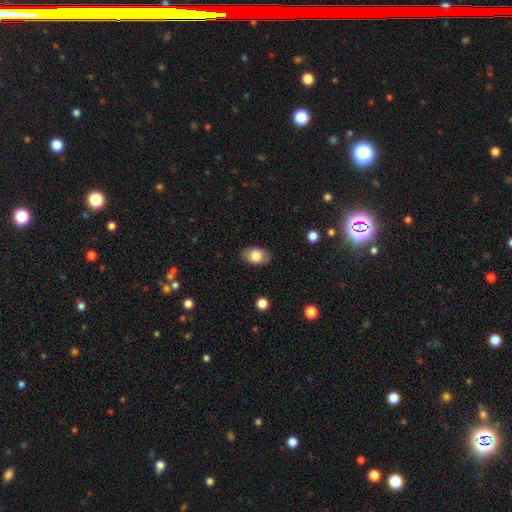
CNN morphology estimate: A smooth galaxy with no disk features (81%) that is in between round and cigar-shaped (87%).

Vote fractions:
- Smooth or featured? smooth: 81% / featured or disk: 12% / star or artifact: 7%
- How rounded? in between: 87% / round: 12% / cigar-shaped: 1%
- Merging? none: 85% / minor disturbance: 11% / major disturbance: 3% / merger: 1%